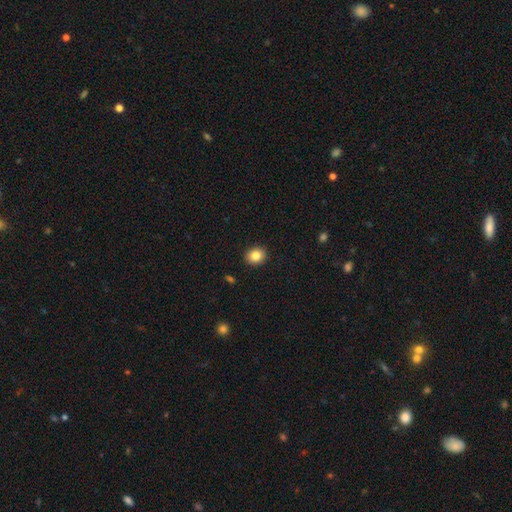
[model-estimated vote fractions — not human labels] smooth_or_featured: smooth (p=0.84) [alt: star or artifact p=0.10]
how_rounded: round (p=0.70) [alt: in between p=0.29]
merging: none (p=0.91) [alt: minor disturbance p=0.06]